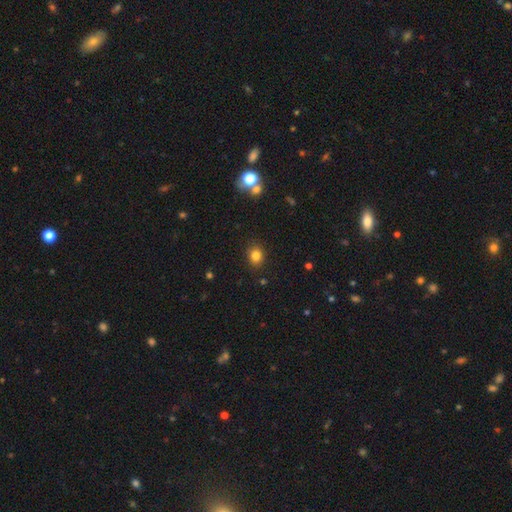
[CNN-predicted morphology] This is clearly a smooth galaxy (81%). How rounded: possibly round (60%). Merging: clearly none (88%).